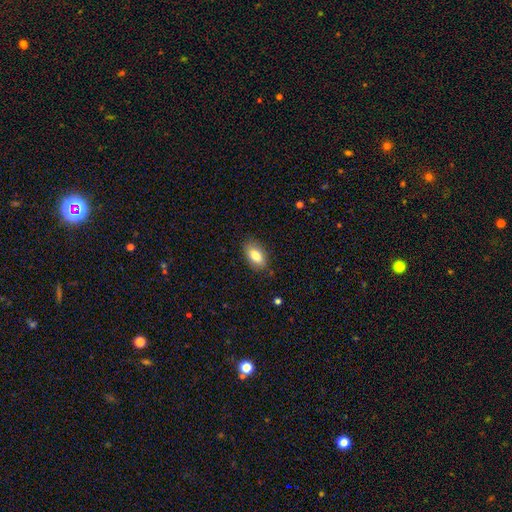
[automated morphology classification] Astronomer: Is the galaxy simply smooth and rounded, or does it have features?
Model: smooth — 83%.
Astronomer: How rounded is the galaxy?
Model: in between — 90%.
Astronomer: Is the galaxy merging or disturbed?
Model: none — 83%.